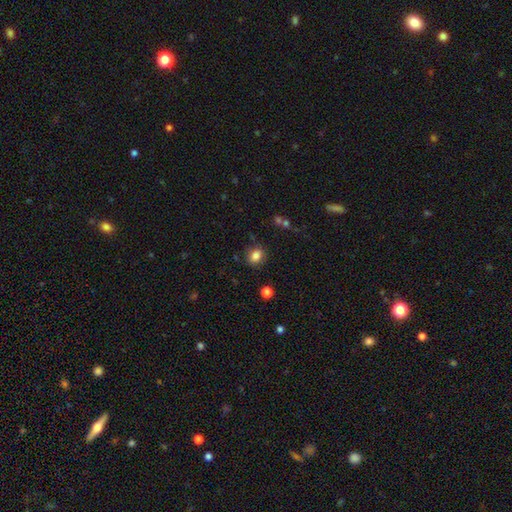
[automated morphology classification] smooth_or_featured: smooth (p=0.83) [alt: star or artifact p=0.11]
how_rounded: round (p=0.64) [alt: in between p=0.35]
merging: none (p=0.84) [alt: minor disturbance p=0.11]